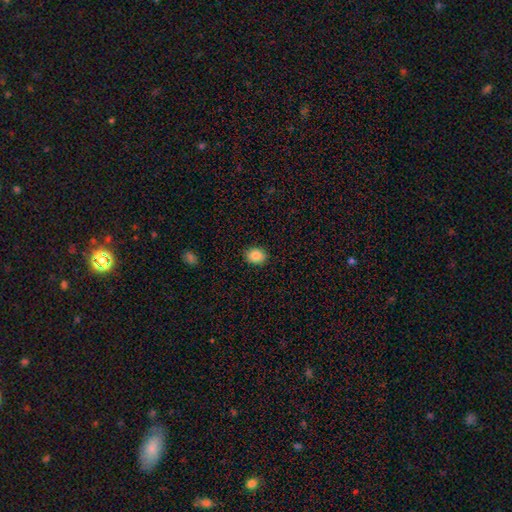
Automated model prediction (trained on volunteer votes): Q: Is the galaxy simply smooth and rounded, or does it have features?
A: smooth — 87%.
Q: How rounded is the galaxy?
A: round — 50%, tied with in between.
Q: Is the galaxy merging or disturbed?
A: none — 89%.